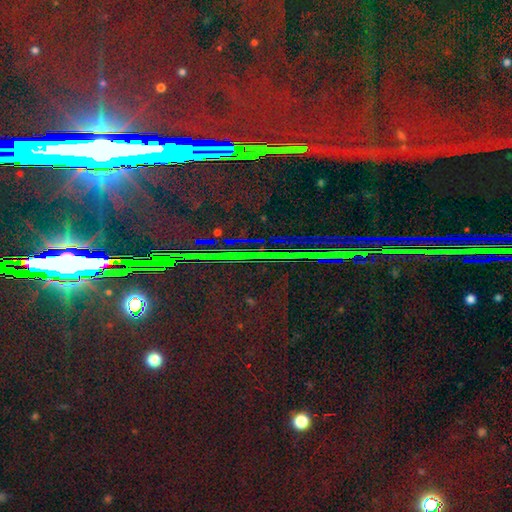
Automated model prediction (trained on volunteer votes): Smooth or featured? star or artifact (88%)